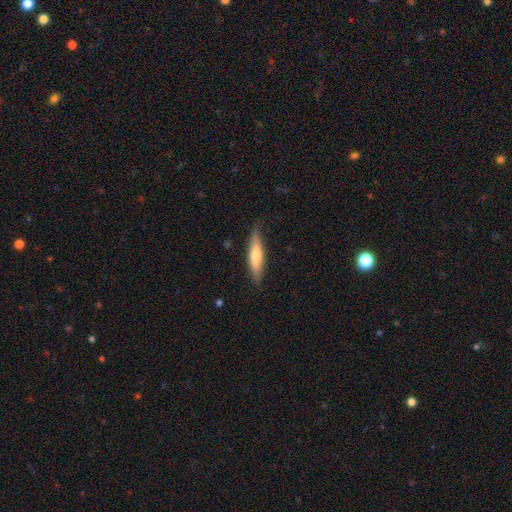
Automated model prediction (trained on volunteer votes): Smooth or featured?
  - smooth: 63% *
  - featured or disk: 32%
  - star or artifact: 6%
How rounded?
  - cigar-shaped: 78% *
  - in between: 20%
  - round: 2%
Merging?
  - none: 82% *
  - minor disturbance: 14%
  - major disturbance: 2%
  - merger: 1%